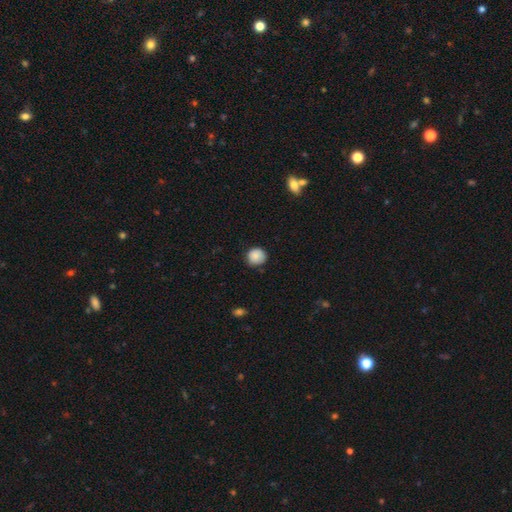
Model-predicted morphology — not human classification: smooth_or_featured: smooth (p=0.87) [alt: star or artifact p=0.09]
how_rounded: round (p=0.88) [alt: in between p=0.11]
merging: none (p=0.79) [alt: minor disturbance p=0.17]